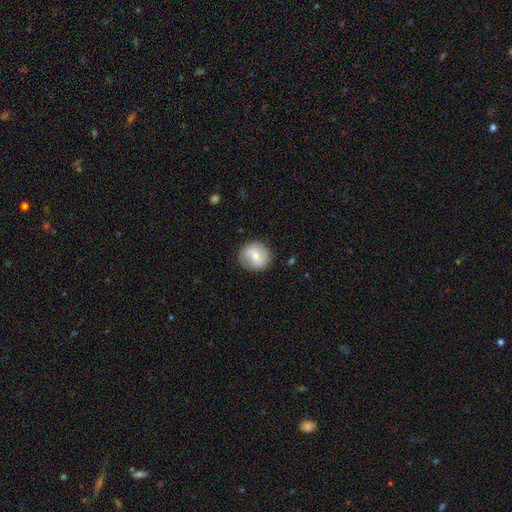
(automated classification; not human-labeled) Smooth or featured? smooth (48%)
Merging? none (82%)